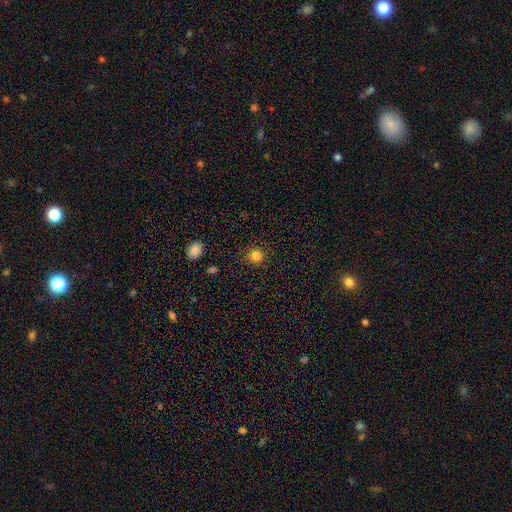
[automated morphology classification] smooth_or_featured: smooth (p=0.83) [alt: star or artifact p=0.13]
how_rounded: round (p=0.92) [alt: in between p=0.07]
merging: none (p=0.90) [alt: minor disturbance p=0.06]